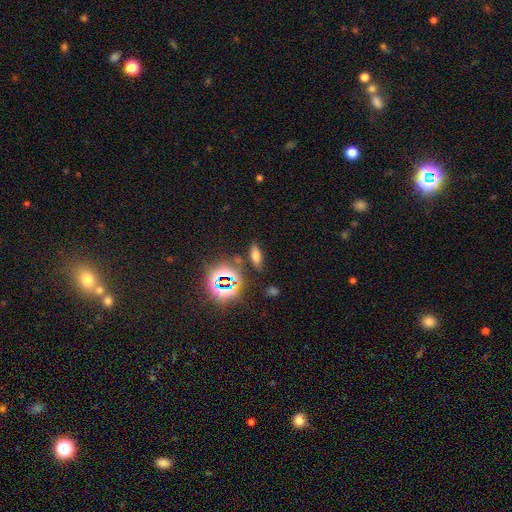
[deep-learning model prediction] This appears to be a smooth galaxy with no disk features (59%) that is in between round and cigar-shaped (68%). Merging: none (80%).